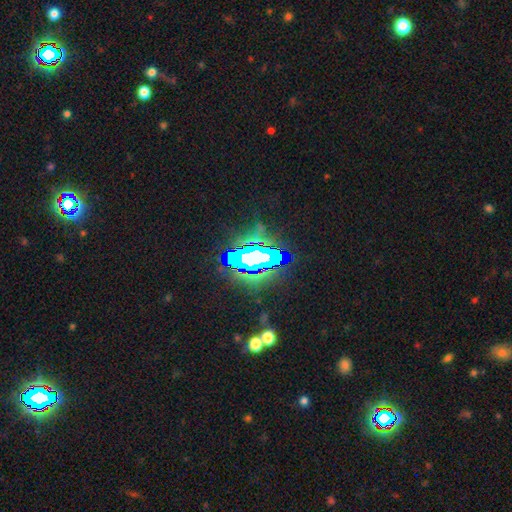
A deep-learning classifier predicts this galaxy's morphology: Smooth or featured? Predicted: star or artifact (p=0.66).